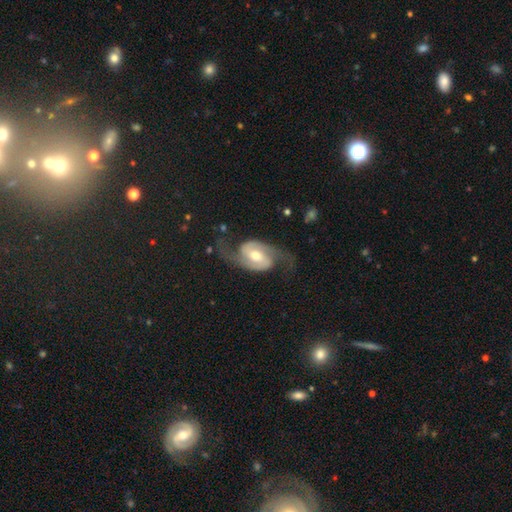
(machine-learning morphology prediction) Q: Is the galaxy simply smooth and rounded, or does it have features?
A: featured or disk — 89%.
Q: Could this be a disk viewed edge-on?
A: no — 97%.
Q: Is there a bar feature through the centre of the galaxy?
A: weak — 42%.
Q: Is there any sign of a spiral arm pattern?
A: yes — 97%.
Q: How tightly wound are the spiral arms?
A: loose — 47%.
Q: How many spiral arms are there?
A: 2 — 94%.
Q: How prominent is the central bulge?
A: moderate — 67%.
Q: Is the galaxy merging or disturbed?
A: none — 73%.